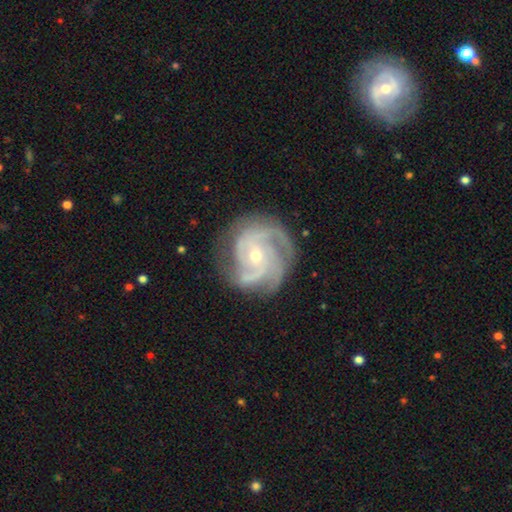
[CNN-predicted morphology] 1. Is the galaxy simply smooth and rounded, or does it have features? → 91% featured or disk, 5% star or artifact, 4% smooth.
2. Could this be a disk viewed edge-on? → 98% no, 2% yes.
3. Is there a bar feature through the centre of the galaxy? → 68% no, 25% weak, 7% strong.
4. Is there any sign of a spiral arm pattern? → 98% yes, 2% no.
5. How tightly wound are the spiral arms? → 54% tight, 39% medium, 7% loose.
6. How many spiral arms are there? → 55% 3, 15% 4, 12% 2, 9% can't tell, 5% more than 4, 5% 1.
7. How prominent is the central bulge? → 65% small, 32% moderate, 1% large, 1% none, 1% dominant.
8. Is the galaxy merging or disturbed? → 74% none, 17% minor disturbance, 7% major disturbance, 1% merger.